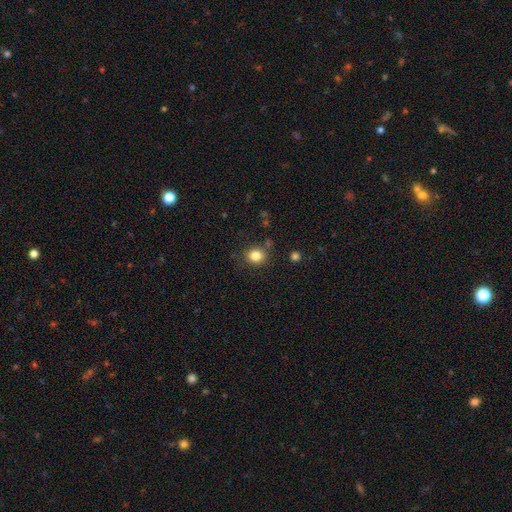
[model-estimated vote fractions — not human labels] Smooth or featured?
  - smooth: 83% *
  - star or artifact: 12%
  - featured or disk: 6%
How rounded?
  - round: 77% *
  - in between: 22%
  - cigar-shaped: 1%
Merging?
  - none: 82% *
  - minor disturbance: 11%
  - merger: 4%
  - major disturbance: 3%